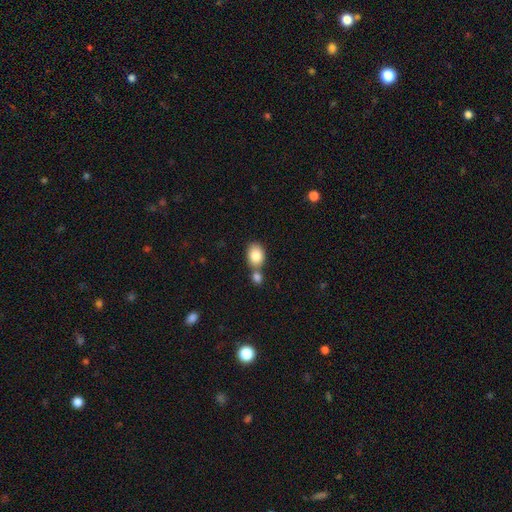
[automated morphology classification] A smooth galaxy with no disk features (84%) that is in between round and cigar-shaped (65%).

Vote fractions:
- Smooth or featured? smooth: 84% / featured or disk: 8% / star or artifact: 8%
- How rounded? in between: 65% / round: 34% / cigar-shaped: 1%
- Merging? none: 46% / merger: 41% / minor disturbance: 10% / major disturbance: 3%